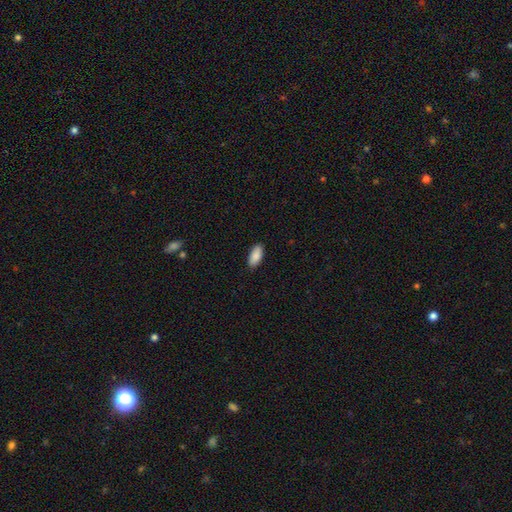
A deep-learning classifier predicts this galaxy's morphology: A smooth galaxy with no disk features (89%) that is in between round and cigar-shaped (90%).

Vote fractions:
- Smooth or featured? smooth: 89% / star or artifact: 6% / featured or disk: 5%
- How rounded? in between: 90% / cigar-shaped: 8% / round: 2%
- Merging? none: 89% / minor disturbance: 9% / major disturbance: 2% / merger: 1%